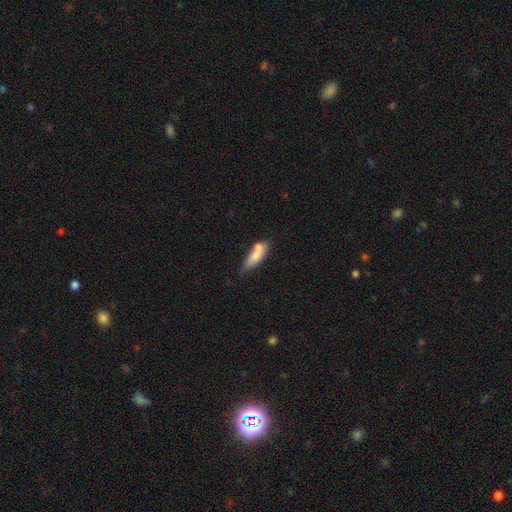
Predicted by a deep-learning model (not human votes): smooth 71%, featured or disk 22%, star or artifact 7%. Down the decision tree: how rounded — cigar-shaped (51%); merging — none (42%).